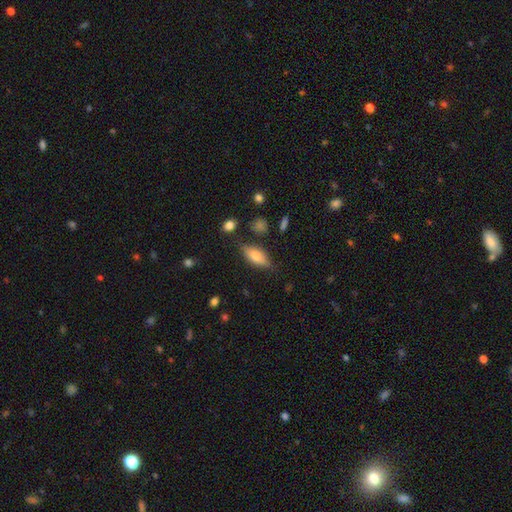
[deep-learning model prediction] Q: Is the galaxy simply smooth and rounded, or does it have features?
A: smooth — 65%.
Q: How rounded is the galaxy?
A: in between — 74%.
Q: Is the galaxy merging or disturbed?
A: none — 74%.